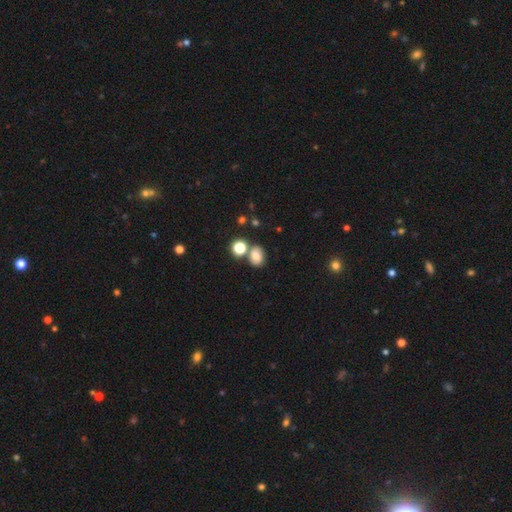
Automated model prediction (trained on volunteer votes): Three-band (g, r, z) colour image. It shows a smooth galaxy with no disk features (78%) that is in between round and cigar-shaped (57%). Merging: none (60%).